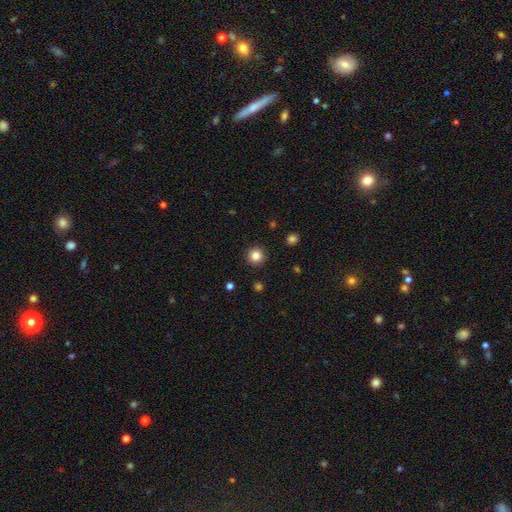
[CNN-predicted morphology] Q: Smooth or featured?
A: smooth (84%); runner-up: star or artifact (11%)
Q: How rounded?
A: round (95%); runner-up: in between (4%)
Q: Merging?
A: none (92%); runner-up: minor disturbance (5%)